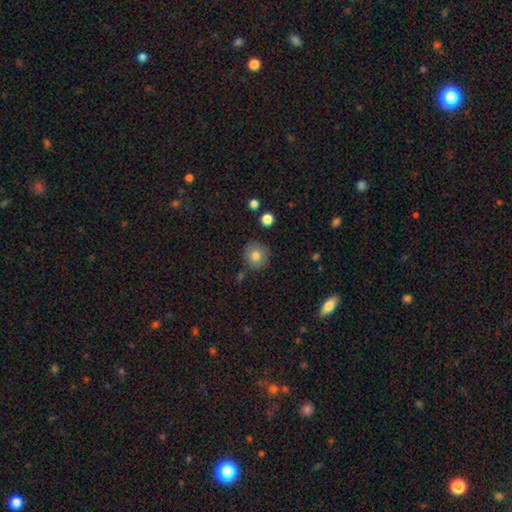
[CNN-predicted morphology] smooth_or_featured: smooth (p=0.79) [alt: featured or disk p=0.11]
how_rounded: round (p=0.90) [alt: in between p=0.09]
merging: none (p=0.81) [alt: minor disturbance p=0.12]